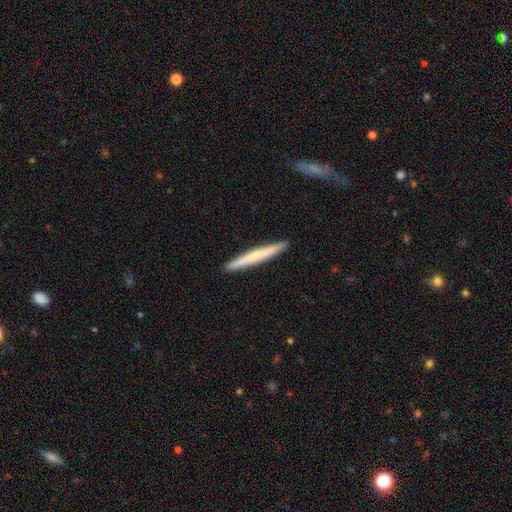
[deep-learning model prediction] Smooth or featured? smooth (61%)
How rounded? cigar-shaped (97%)
Merging? none (93%)